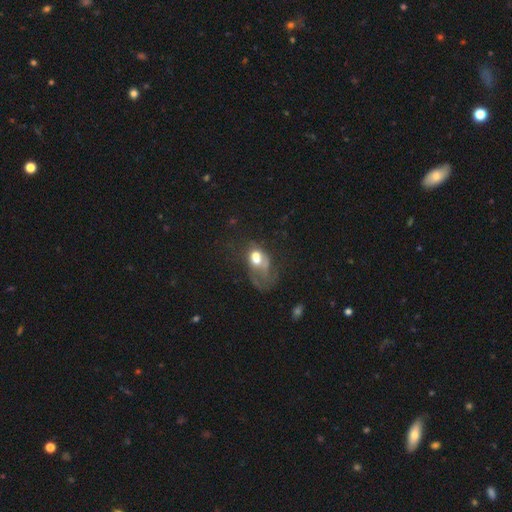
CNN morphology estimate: This is marginally a smooth galaxy (43%, tied with featured or disk). Merging: marginally major disturbance (42%).